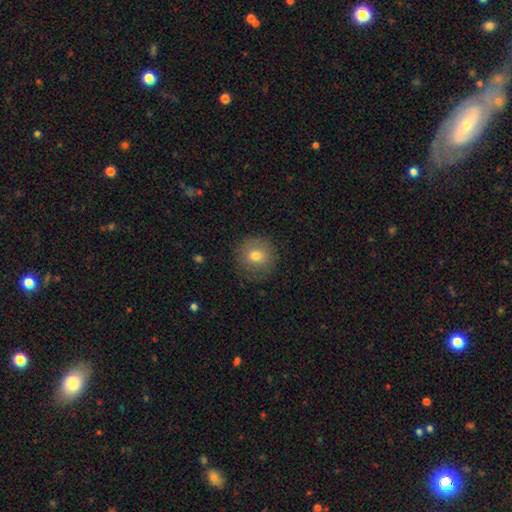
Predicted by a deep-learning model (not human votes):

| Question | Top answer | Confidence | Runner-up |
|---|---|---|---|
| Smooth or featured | smooth | 75% | featured or disk (15%) |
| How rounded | round | 91% | in between (8%) |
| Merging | none | 85% | minor disturbance (11%) |